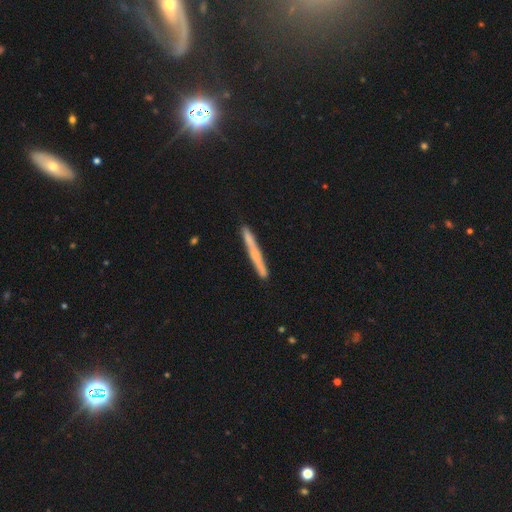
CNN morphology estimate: Smooth or featured? smooth (56%)
How rounded? cigar-shaped (97%)
Merging? none (86%)